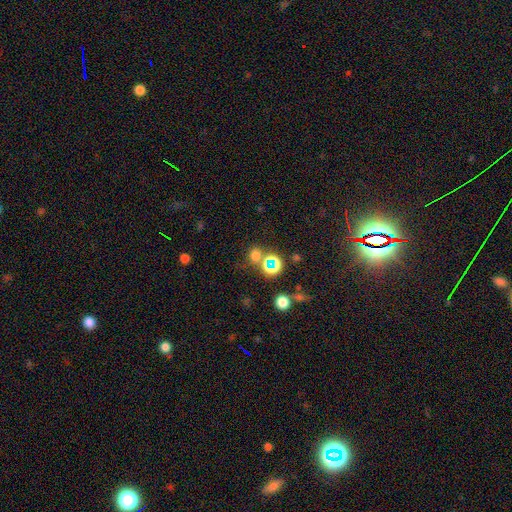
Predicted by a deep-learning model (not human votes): Smooth or featured: smooth — 57% (star or artifact — 36%)
How rounded: round — 80% (in between — 19%)
Merging: none — 70% (merger — 15%)